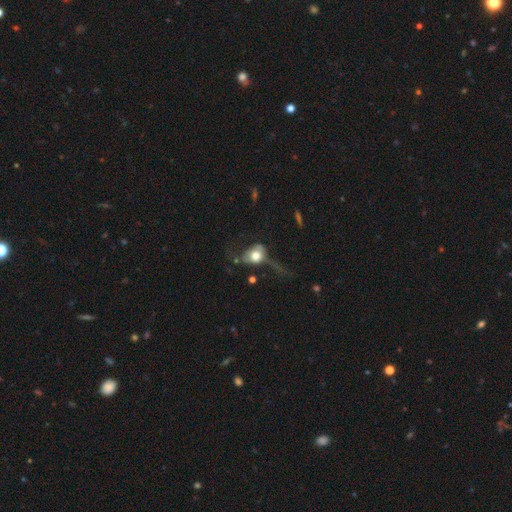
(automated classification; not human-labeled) A smooth galaxy with no disk features (49%). Merging: major disturbance (45%).